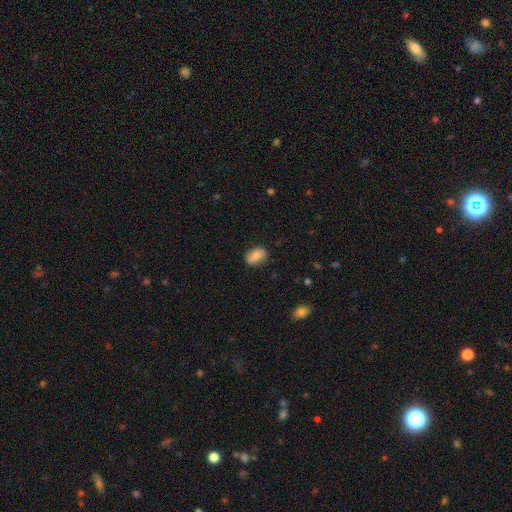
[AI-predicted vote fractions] Overall: smooth (75%). How rounded: in between (84%). Merging: none (81%).